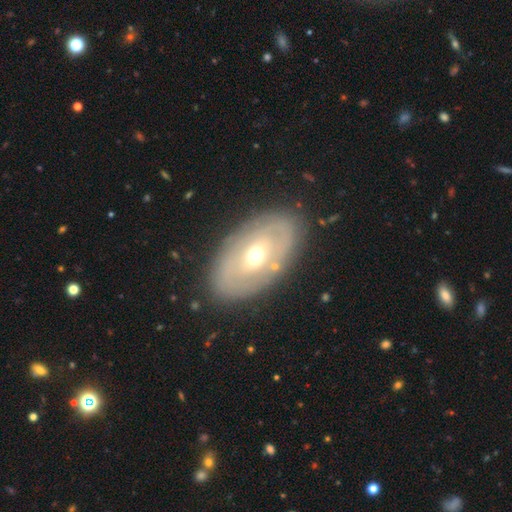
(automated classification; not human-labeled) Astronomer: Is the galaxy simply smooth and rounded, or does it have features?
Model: featured or disk — 63%.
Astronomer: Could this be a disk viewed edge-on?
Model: no — 91%.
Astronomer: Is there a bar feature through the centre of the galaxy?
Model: no — 59%.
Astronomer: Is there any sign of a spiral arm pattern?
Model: no — 58% (runner-up: yes, 42%).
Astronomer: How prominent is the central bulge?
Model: moderate — 62%.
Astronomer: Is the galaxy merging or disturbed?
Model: none — 83%.